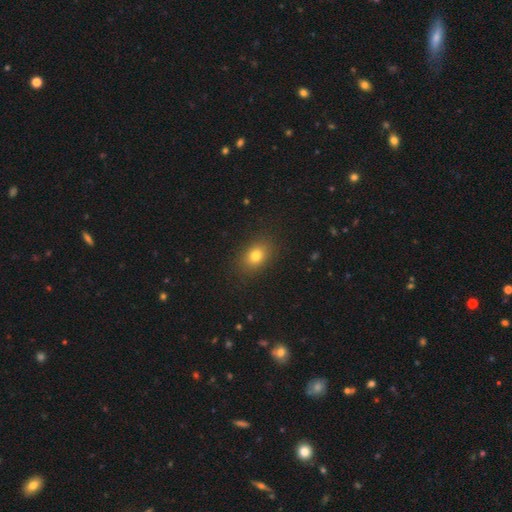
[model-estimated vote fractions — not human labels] Overall: smooth (78%). How rounded: in between (68%; round 30%). Merging: none (87%).